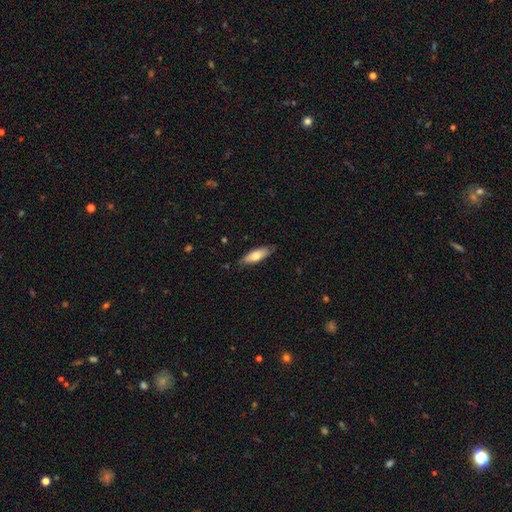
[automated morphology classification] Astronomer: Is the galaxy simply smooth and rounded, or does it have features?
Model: smooth — 72%.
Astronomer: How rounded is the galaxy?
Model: in between — 58% (runner-up: cigar-shaped, 40%).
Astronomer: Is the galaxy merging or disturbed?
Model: none — 81%.